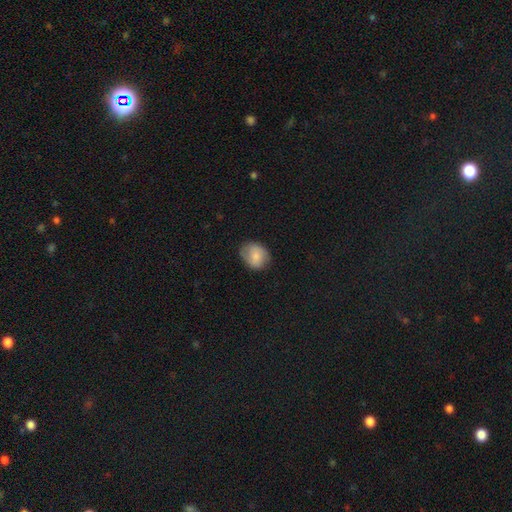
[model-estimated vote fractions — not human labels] This is likely a smooth galaxy (77%). How rounded: possibly round (52%). Merging: likely none (71%).